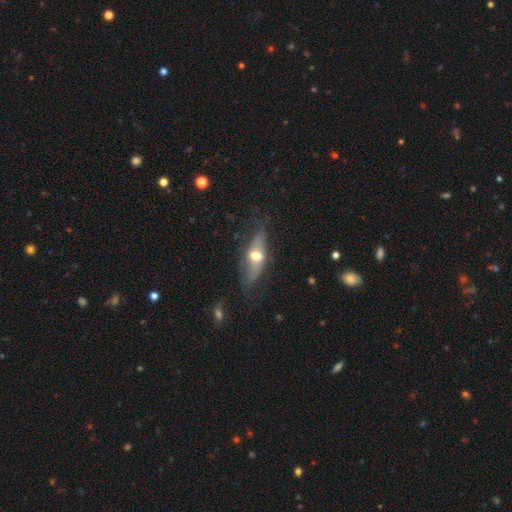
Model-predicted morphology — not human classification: smooth_or_featured: featured or disk (p=0.49) [alt: smooth p=0.43]
merging: none (p=0.59) [alt: minor disturbance p=0.24]